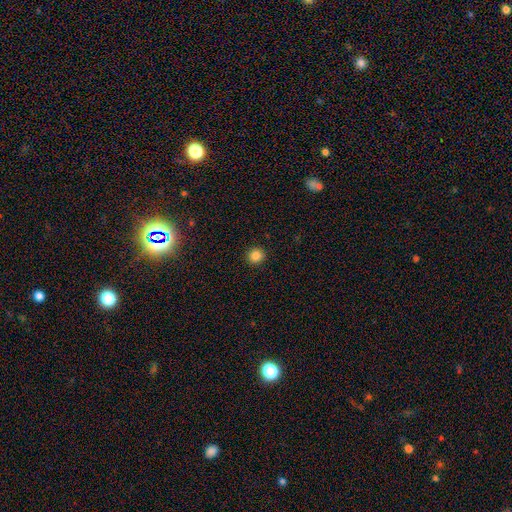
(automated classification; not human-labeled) Smooth or featured? smooth (85%)
How rounded? round (94%)
Merging? none (93%)